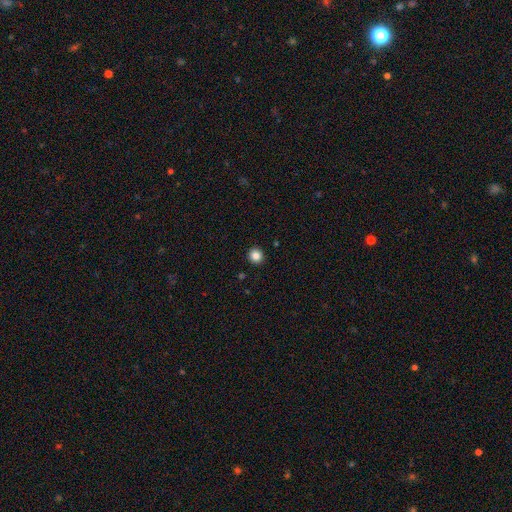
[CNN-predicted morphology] Smooth or featured? smooth (85%)
How rounded? round (94%)
Merging? none (93%)